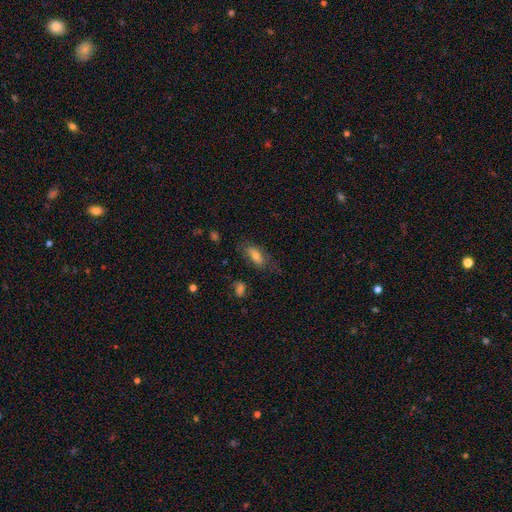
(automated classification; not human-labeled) Smooth or featured? Predicted: smooth (p=0.66). How rounded? Predicted: in between (p=0.83). Merging? Predicted: none (p=0.65).